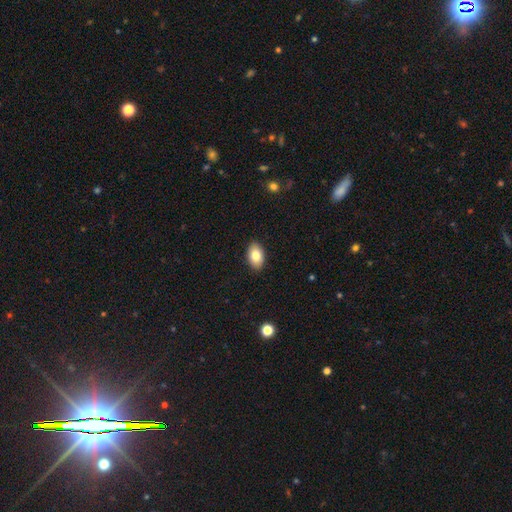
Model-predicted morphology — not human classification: type=smooth (82%); roundness=in between (91%); merging=none (89%).